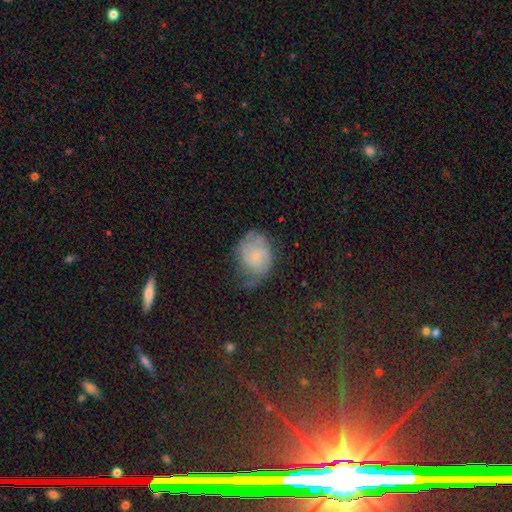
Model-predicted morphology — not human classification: Smooth or featured: featured or disk — 49% (smooth — 39%)
Merging: none — 44% (minor disturbance — 33%)